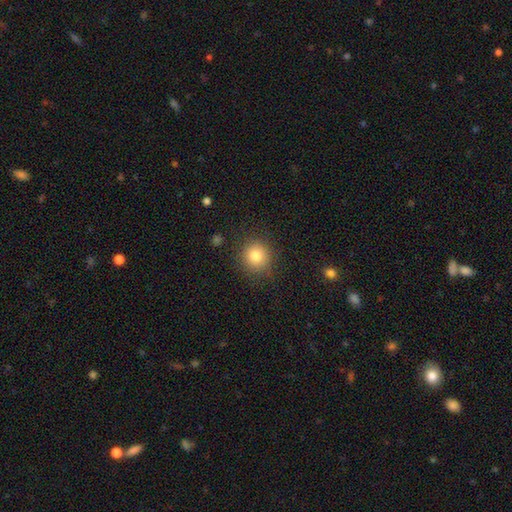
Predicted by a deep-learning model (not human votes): This is clearly a smooth galaxy (81%). How rounded: clearly round (92%). Merging: clearly none (86%).